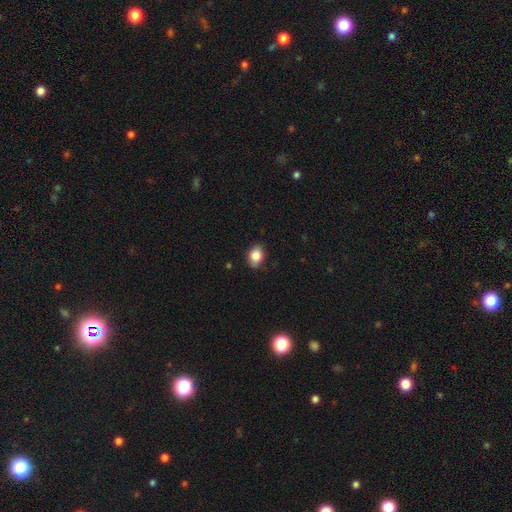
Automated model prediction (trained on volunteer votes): smooth-or-featured: smooth: 87% | star or artifact: 8% | featured or disk: 5%
  how-rounded: in between: 72% | round: 27% | cigar-shaped: 1%
  merging: none: 81% | minor disturbance: 15% | major disturbance: 3% | merger: 1%